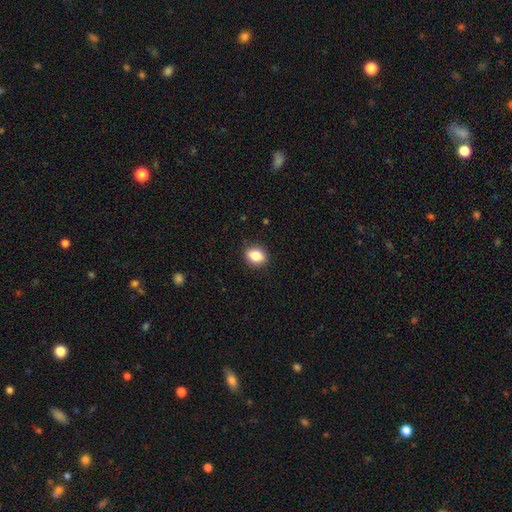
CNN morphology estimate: A smooth galaxy with no disk features (84%) that is in between round and cigar-shaped (62%). Merging: none (88%).